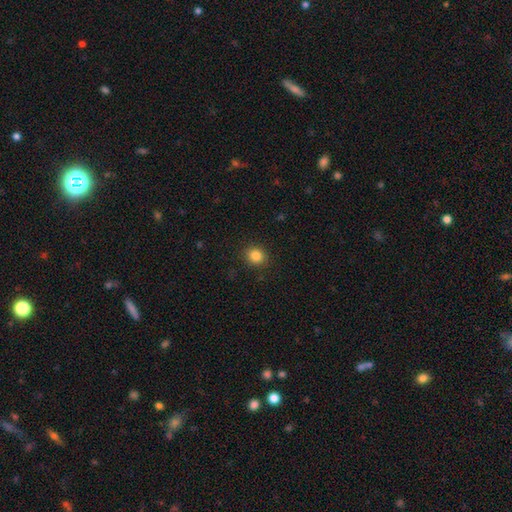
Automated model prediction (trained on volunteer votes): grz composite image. It shows a smooth galaxy with no disk features (84%) that is round (79%). Merging: none (90%).